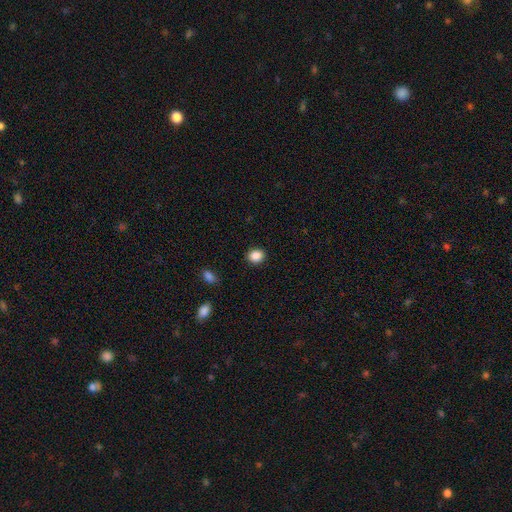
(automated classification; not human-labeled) A smooth galaxy with no disk features (88%) that is round (66%). Merging: none (90%).